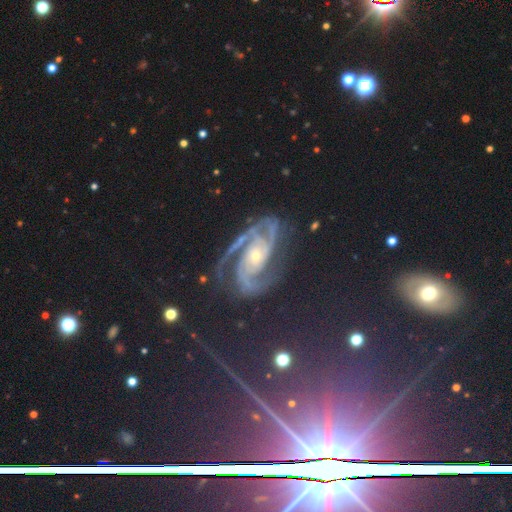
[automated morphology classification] Q: Smooth or featured?
A: featured or disk (76%); runner-up: star or artifact (17%)
Q: Edge-on disk?
A: no (96%); runner-up: yes (4%)
Q: Bar?
A: no (65%); runner-up: weak (23%)
Q: Spiral arms?
A: yes (98%); runner-up: no (2%)
Q: Spiral winding?
A: tight (52%); runner-up: medium (39%)
Q: Spiral arm count?
A: 2 (45%); runner-up: 3 (22%)
Q: Bulge size?
A: small (66%); runner-up: moderate (29%)
Q: Merging?
A: none (70%); runner-up: minor disturbance (18%)